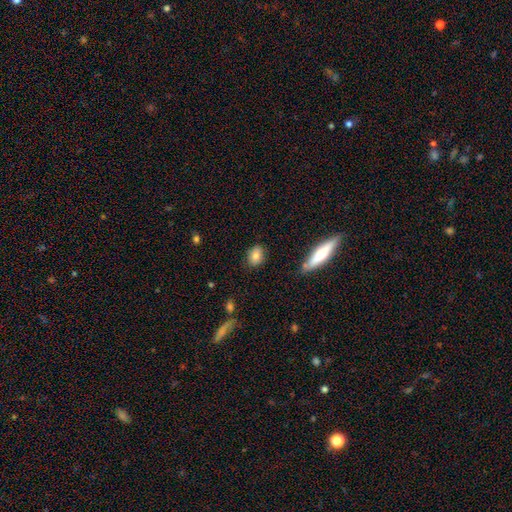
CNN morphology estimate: smooth-or-featured: smooth: 81% | featured or disk: 11% | star or artifact: 8%
  how-rounded: in between: 64% | round: 32% | cigar-shaped: 3%
  merging: none: 83% | minor disturbance: 12% | major disturbance: 3% | merger: 2%